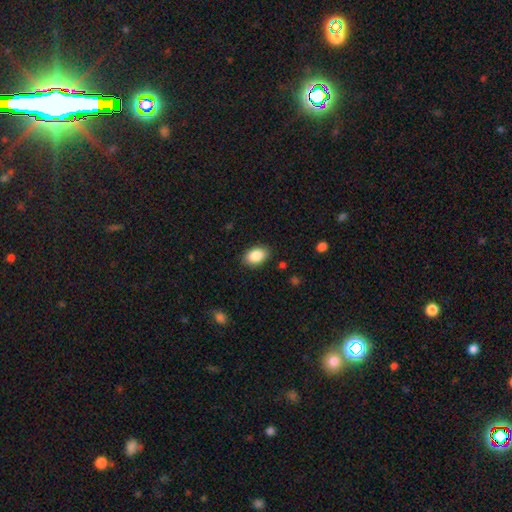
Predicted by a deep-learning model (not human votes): Smooth or featured?
  - smooth: 88% *
  - star or artifact: 7%
  - featured or disk: 5%
How rounded?
  - in between: 87% *
  - round: 12%
  - cigar-shaped: 1%
Merging?
  - none: 87% *
  - minor disturbance: 10%
  - major disturbance: 2%
  - merger: 1%